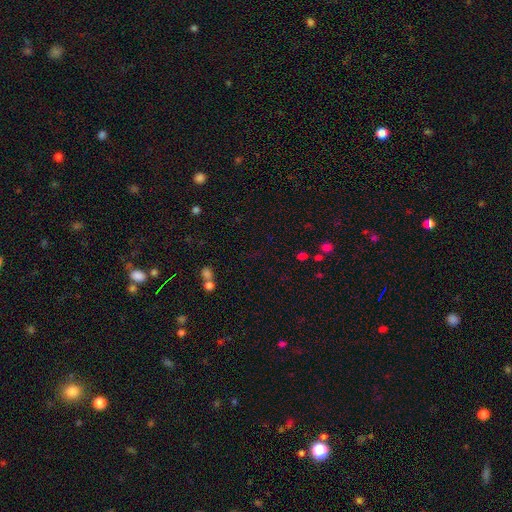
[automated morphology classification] Smooth or featured? smooth (45%, tied with star or artifact)
Merging? none (55%)